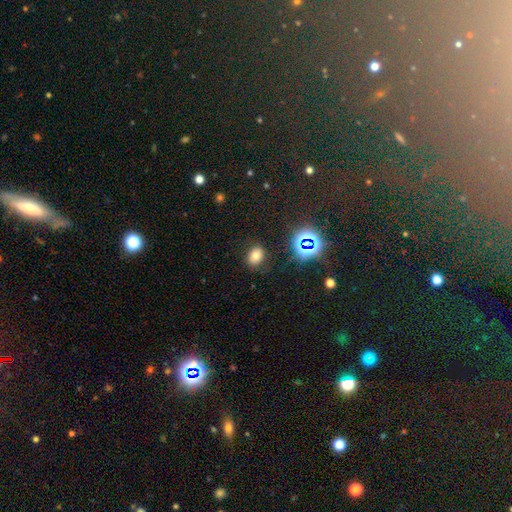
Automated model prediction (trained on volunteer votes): Smooth or featured: smooth — 69% (star or artifact — 20%)
How rounded: in between — 60% (round — 39%)
Merging: none — 84% (minor disturbance — 11%)